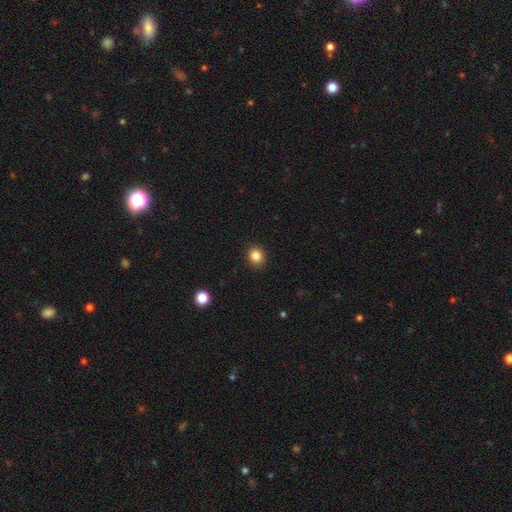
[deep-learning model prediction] Smooth or featured? smooth (84%)
How rounded? round (78%)
Merging? none (91%)